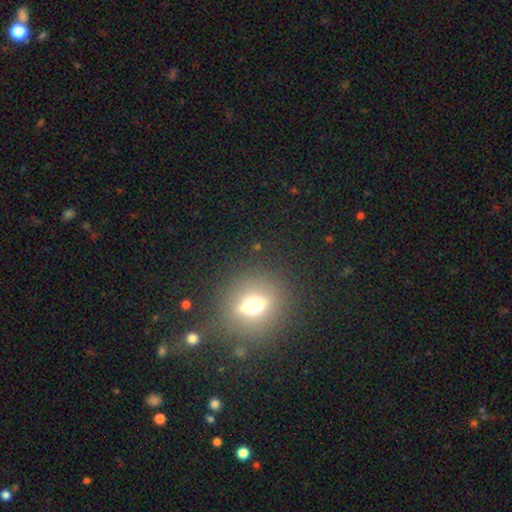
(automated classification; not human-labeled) Q: Smooth or featured?
A: smooth (58%); runner-up: star or artifact (30%)
Q: How rounded?
A: round (72%); runner-up: in between (26%)
Q: Merging?
A: none (88%); runner-up: minor disturbance (7%)